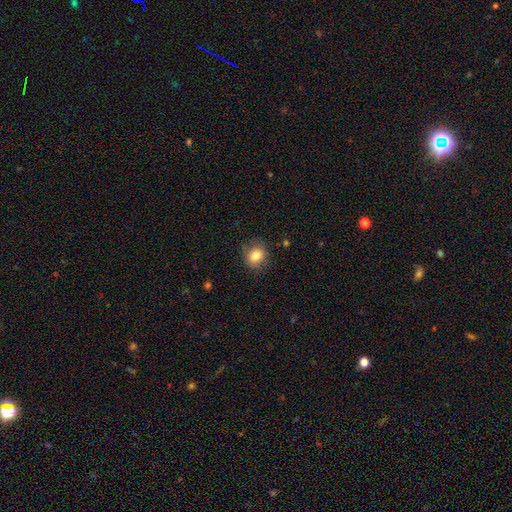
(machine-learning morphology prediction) This is clearly a smooth galaxy (81%). How rounded: likely round (68%). Merging: clearly none (81%).